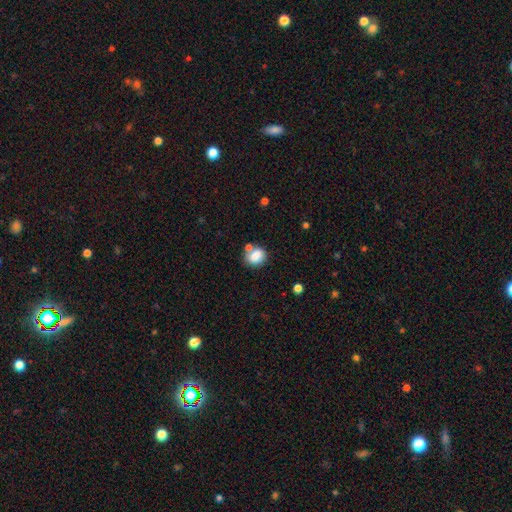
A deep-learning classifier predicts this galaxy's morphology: This appears to be a smooth galaxy with no disk features (81%) that is round (55%). Merging: none (58%).